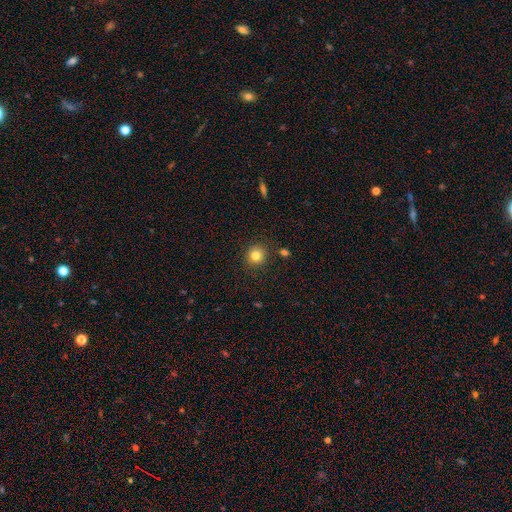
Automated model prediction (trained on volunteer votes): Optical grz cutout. It shows a smooth galaxy with no disk features (82%) that is round (91%). Merging: none (88%).